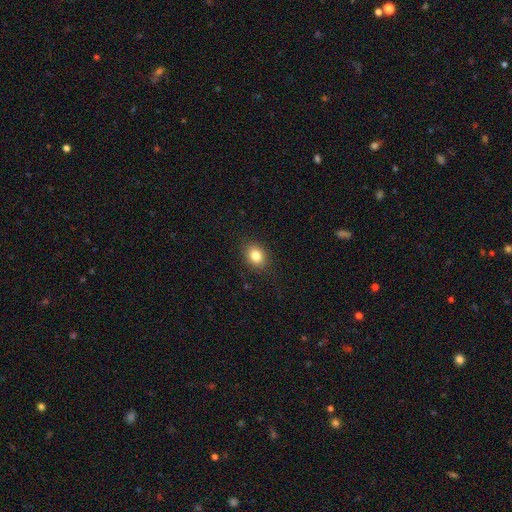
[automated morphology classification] Smooth or featured? Predicted: smooth (p=0.82). How rounded? Predicted: in between (p=0.55). Merging? Predicted: none (p=0.87).